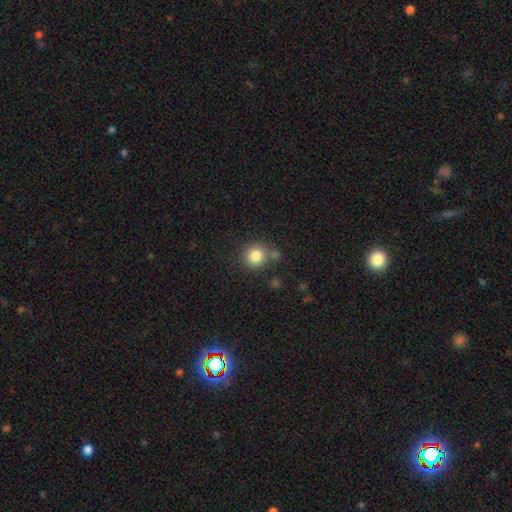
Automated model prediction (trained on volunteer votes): A smooth galaxy with no disk features (84%) that is round (91%).

Vote fractions:
- Smooth or featured? smooth: 84% / star or artifact: 10% / featured or disk: 6%
- How rounded? round: 91% / in between: 8% / cigar-shaped: 1%
- Merging? none: 72% / merger: 12% / minor disturbance: 12% / major disturbance: 4%